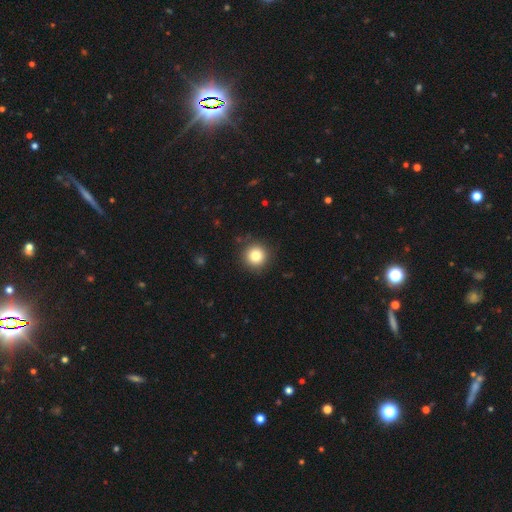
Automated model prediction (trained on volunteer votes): Overall: smooth (82%). How rounded: round (95%). Merging: none (89%).